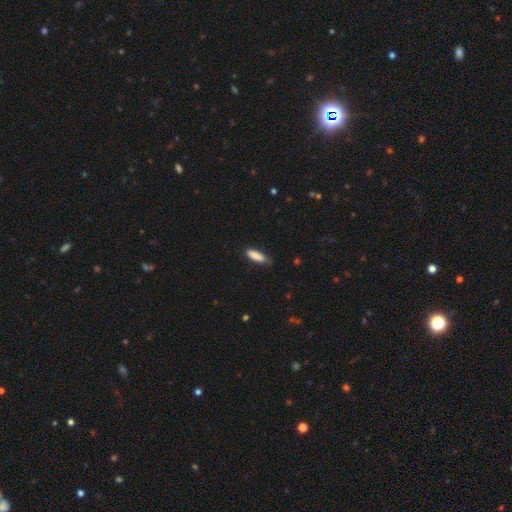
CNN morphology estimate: Smooth or featured?
  - smooth: 86% *
  - featured or disk: 8%
  - star or artifact: 6%
How rounded?
  - in between: 53% *
  - cigar-shaped: 46%
  - round: 2%
Merging?
  - none: 75% *
  - minor disturbance: 21%
  - major disturbance: 3%
  - merger: 1%